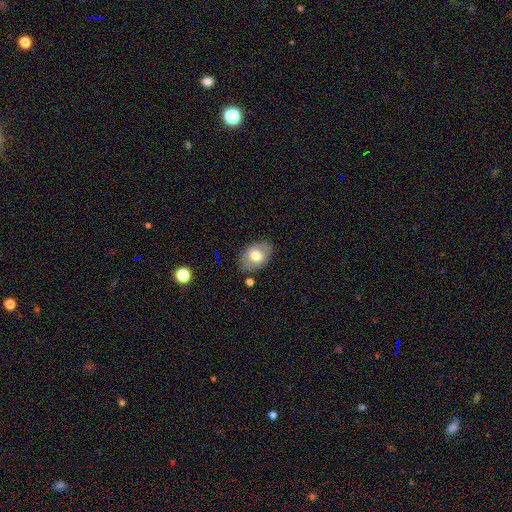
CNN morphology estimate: Overall: smooth (68%). How rounded: in between (82%). Merging: none (80%).